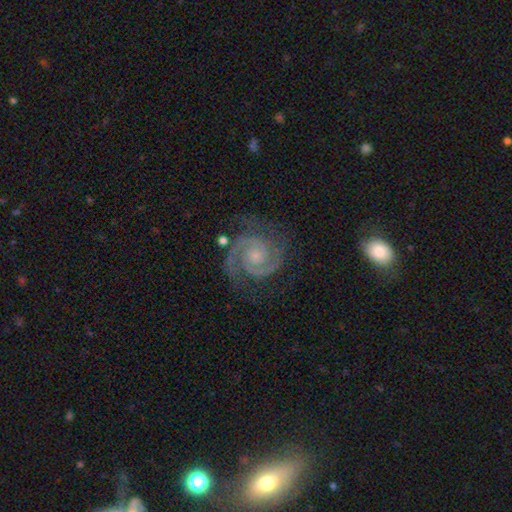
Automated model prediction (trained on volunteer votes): Smooth or featured?
  - featured or disk: 92% *
  - star or artifact: 5%
  - smooth: 3%
Edge-on disk?
  - no: 98% *
  - yes: 2%
Bar?
  - no: 71% *
  - weak: 23%
  - strong: 6%
Spiral arms?
  - yes: 99% *
  - no: 1%
Spiral winding?
  - tight: 65% *
  - medium: 31%
  - loose: 4%
Spiral arm count?
  - 2: 89% *
  - 3: 5%
  - can't tell: 2%
  - 1: 1%
  - 4: 1%
  - more than 4: 1%
Bulge size?
  - small: 65% *
  - moderate: 23%
  - none: 10%
  - large: 2%
  - dominant: 1%
Merging?
  - none: 78% *
  - minor disturbance: 14%
  - major disturbance: 6%
  - merger: 2%